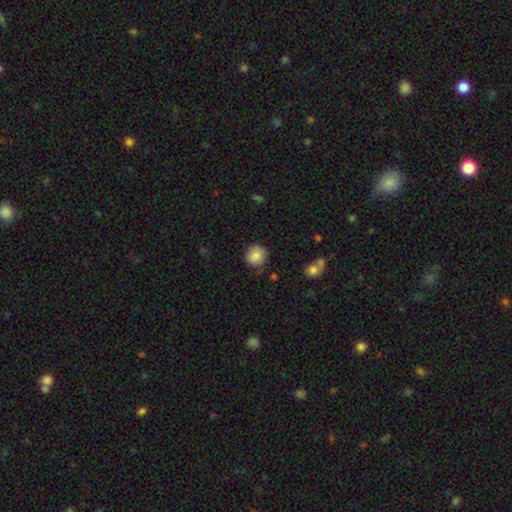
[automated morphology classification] type=smooth (86%); roundness=round (88%); merging=none (81%).